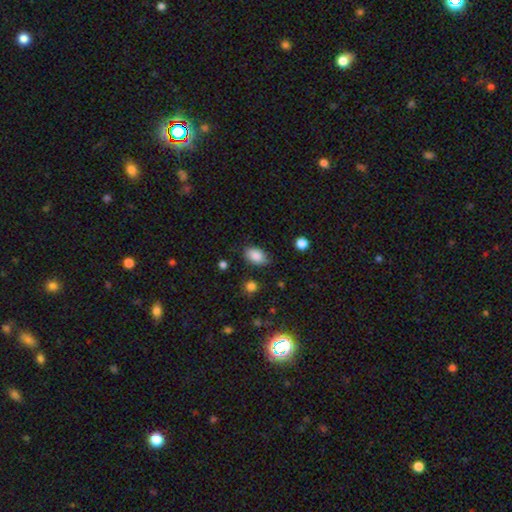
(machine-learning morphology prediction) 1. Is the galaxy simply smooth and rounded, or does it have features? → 85% smooth, 8% star or artifact, 6% featured or disk.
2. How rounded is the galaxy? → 87% in between, 12% round, 2% cigar-shaped.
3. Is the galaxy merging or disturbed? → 74% none, 20% minor disturbance, 4% major disturbance, 2% merger.